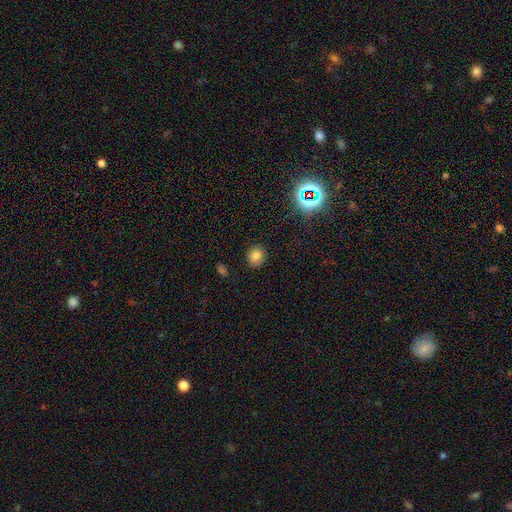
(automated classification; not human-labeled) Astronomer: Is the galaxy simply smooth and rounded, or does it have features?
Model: smooth — 79%.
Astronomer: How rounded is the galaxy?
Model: round — 68%.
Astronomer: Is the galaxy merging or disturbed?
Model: none — 87%.